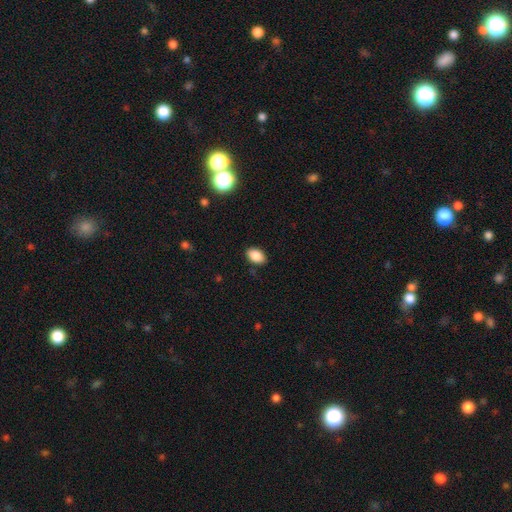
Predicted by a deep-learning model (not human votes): This is clearly a smooth galaxy (87%). How rounded: clearly in between (89%). Merging: clearly none (86%).